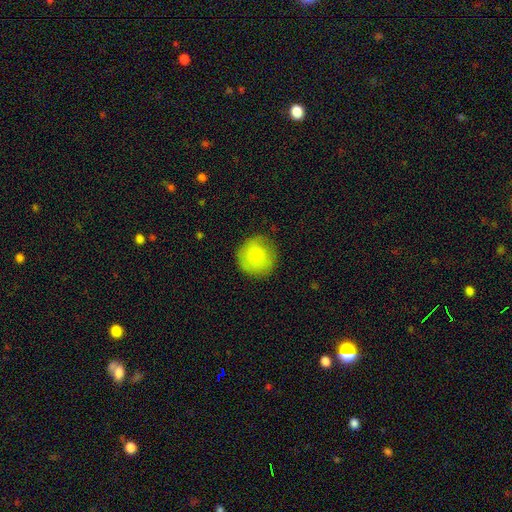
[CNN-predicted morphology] A smooth galaxy with no disk features (83%) that is round (93%). Merging: none (82%).